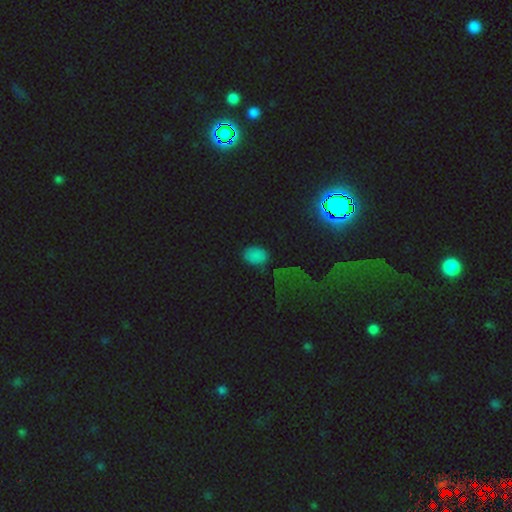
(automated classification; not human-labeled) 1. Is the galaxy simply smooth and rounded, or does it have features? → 67% smooth, 26% star or artifact, 7% featured or disk.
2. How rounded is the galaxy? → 77% in between, 21% round, 2% cigar-shaped.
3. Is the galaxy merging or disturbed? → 74% none, 16% minor disturbance, 7% major disturbance, 4% merger.